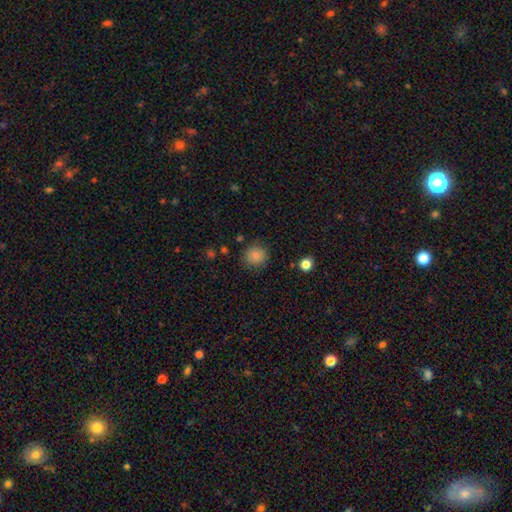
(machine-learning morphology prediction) type=smooth (81%); roundness=round (92%); merging=none (85%).